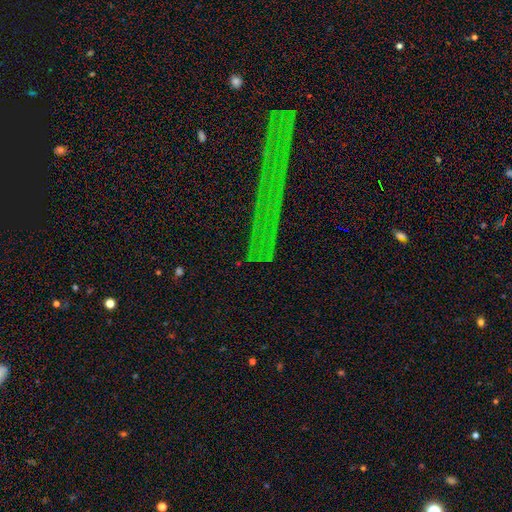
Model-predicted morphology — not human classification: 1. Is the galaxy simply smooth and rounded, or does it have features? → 67% star or artifact, 18% smooth, 15% featured or disk.